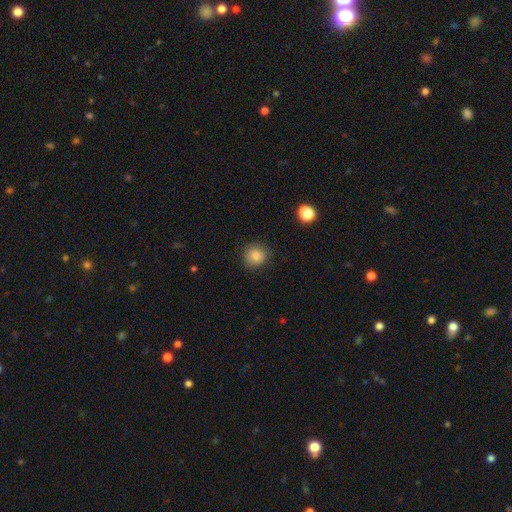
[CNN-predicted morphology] smooth-or-featured: smooth: 85% | star or artifact: 10% | featured or disk: 5%
  how-rounded: round: 89% | in between: 11% | cigar-shaped: 1%
  merging: none: 87% | minor disturbance: 9% | major disturbance: 3% | merger: 1%